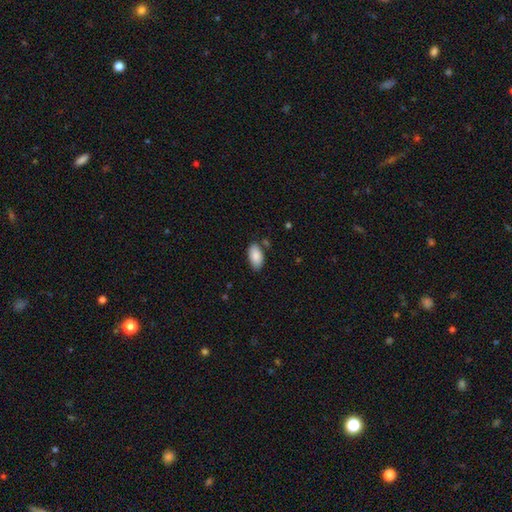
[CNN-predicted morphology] Smooth or featured: smooth — 88% (star or artifact — 6%)
How rounded: in between — 95% (cigar-shaped — 3%)
Merging: none — 79% (minor disturbance — 14%)